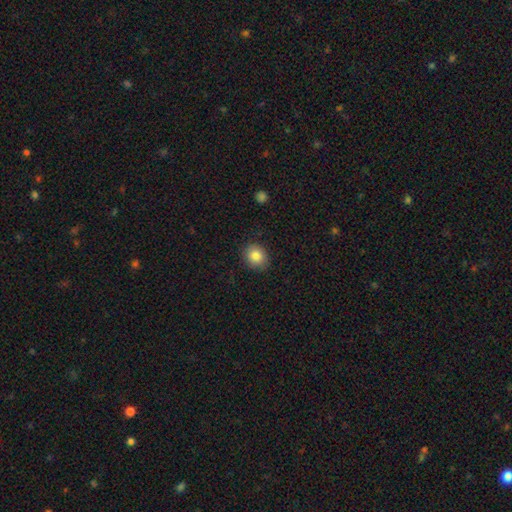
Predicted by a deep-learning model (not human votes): Q: Smooth or featured?
A: smooth (85%); runner-up: star or artifact (9%)
Q: How rounded?
A: round (71%); runner-up: in between (28%)
Q: Merging?
A: none (88%); runner-up: minor disturbance (9%)